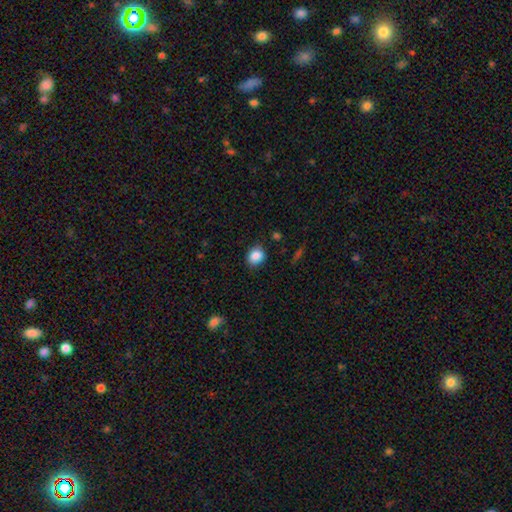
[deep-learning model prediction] Overall: smooth (87%). How rounded: round (59%; in between 40%). Merging: none (82%).